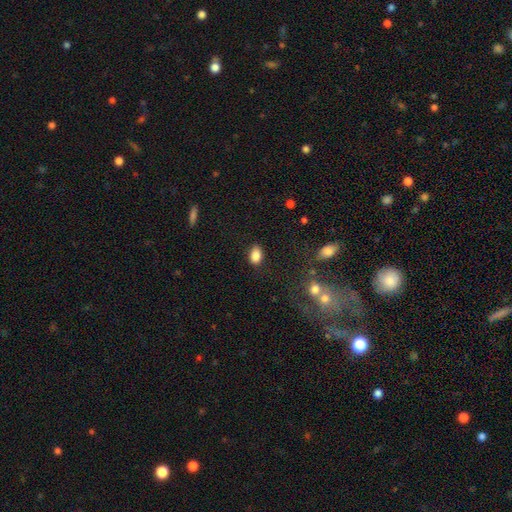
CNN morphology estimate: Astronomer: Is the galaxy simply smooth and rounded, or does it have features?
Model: smooth — 86%.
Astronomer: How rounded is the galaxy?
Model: in between — 87%.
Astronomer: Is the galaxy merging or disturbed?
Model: none — 85%.